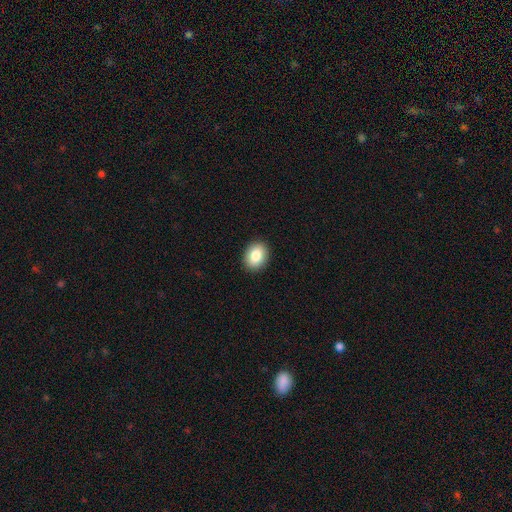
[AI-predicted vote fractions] Q: Smooth or featured?
A: smooth (85%); runner-up: star or artifact (8%)
Q: How rounded?
A: in between (63%); runner-up: round (36%)
Q: Merging?
A: none (91%); runner-up: minor disturbance (6%)